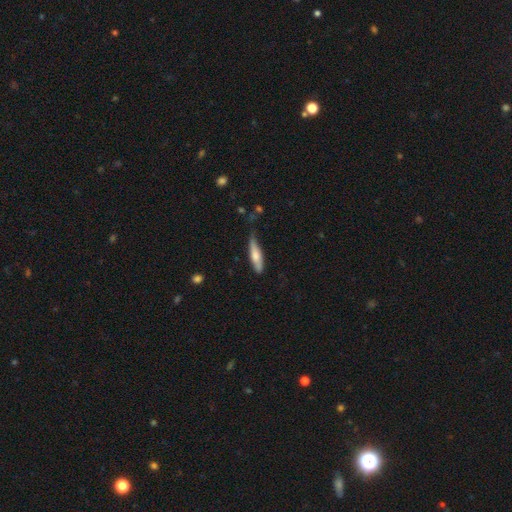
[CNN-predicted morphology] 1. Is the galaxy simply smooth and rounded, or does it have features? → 61% smooth, 33% featured or disk, 5% star or artifact.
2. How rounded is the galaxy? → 73% cigar-shaped, 25% in between, 2% round.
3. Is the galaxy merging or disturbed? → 64% none, 29% minor disturbance, 5% major disturbance, 2% merger.